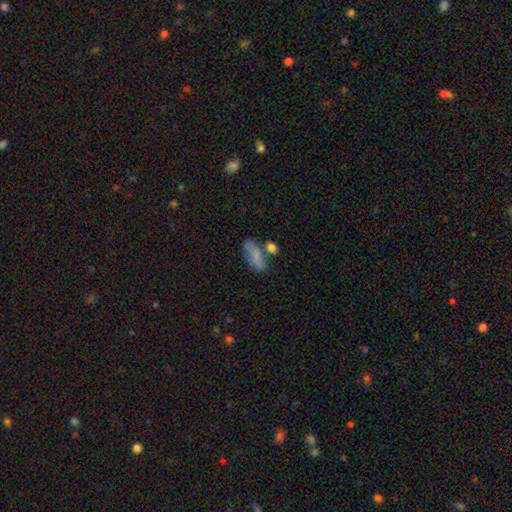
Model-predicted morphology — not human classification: The model was most divided on "merging": none: 52%, minor disturbance: 21%, merger: 19%, major disturbance: 8%. More confident: how rounded — in between (78%); smooth or featured — smooth (71%).